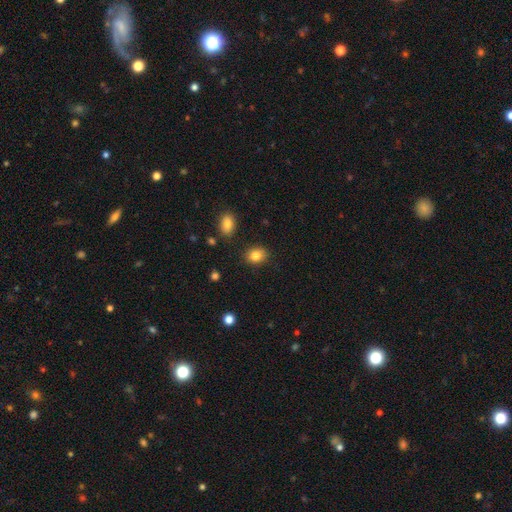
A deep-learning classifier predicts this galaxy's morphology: The model was most divided on "how rounded": in between: 55%, round: 44%, cigar-shaped: 1%. More confident: merging — none (86%); smooth or featured — smooth (84%).